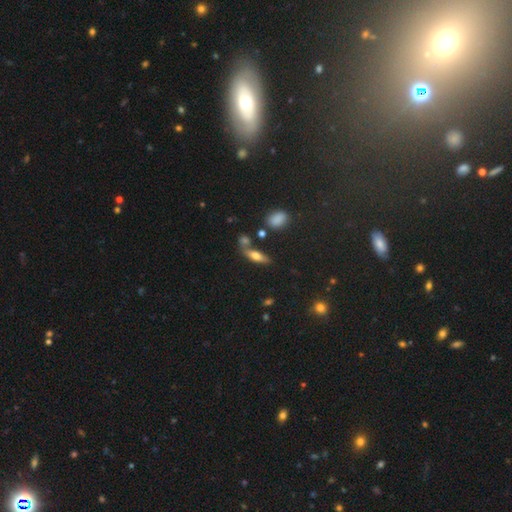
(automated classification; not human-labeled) smooth-or-featured: smooth: 59% | featured or disk: 31% | star or artifact: 10%
  how-rounded: in between: 51% | cigar-shaped: 45% | round: 4%
  merging: none: 59% | merger: 17% | minor disturbance: 17% | major disturbance: 7%